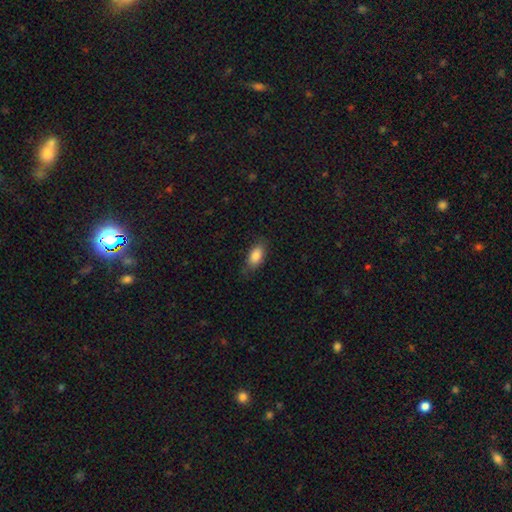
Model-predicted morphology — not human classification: This is clearly a smooth galaxy (85%). How rounded: clearly in between (89%). Merging: likely none (76%).